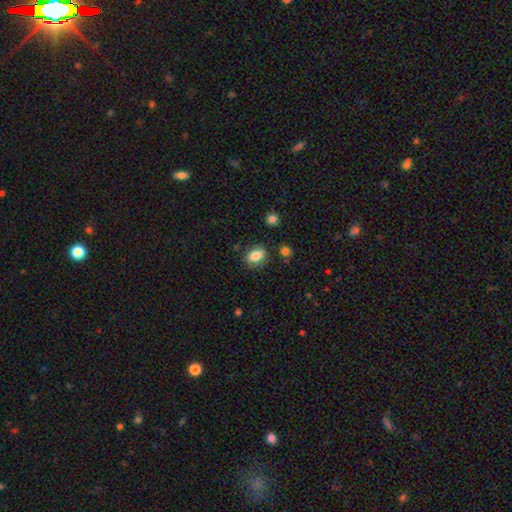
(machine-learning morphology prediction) Smooth or featured? smooth (81%)
How rounded? in between (73%)
Merging? none (79%)